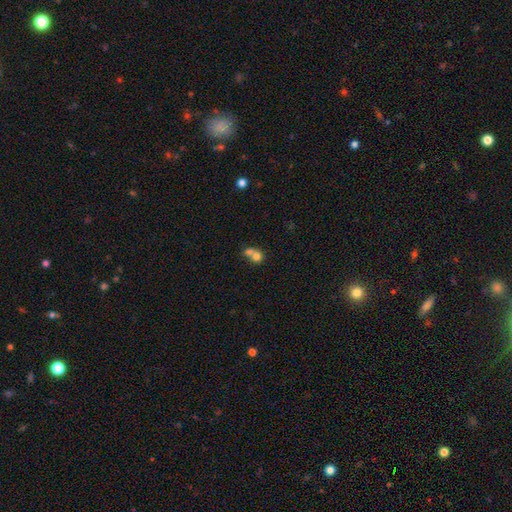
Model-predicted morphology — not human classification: This is likely a smooth galaxy (74%). How rounded: likely round (74%). Merging: likely merger (65%).